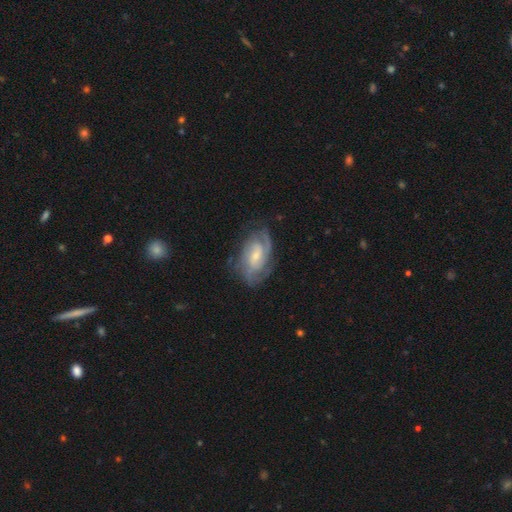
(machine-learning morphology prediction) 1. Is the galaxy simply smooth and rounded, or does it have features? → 80% featured or disk, 14% smooth, 6% star or artifact.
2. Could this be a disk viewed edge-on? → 96% no, 4% yes.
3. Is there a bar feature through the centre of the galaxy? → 45% no (tied), 45% weak (tied), 10% strong.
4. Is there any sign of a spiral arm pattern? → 93% yes, 7% no.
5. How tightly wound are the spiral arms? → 48% tight, 40% medium, 12% loose.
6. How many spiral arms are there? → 38% 2, 29% can't tell, 19% 3, 5% 4, 5% 1, 4% more than 4.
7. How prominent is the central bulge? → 62% small, 31% moderate, 3% none, 2% large, 1% dominant.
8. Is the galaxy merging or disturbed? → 69% none, 21% minor disturbance, 9% major disturbance, 2% merger.